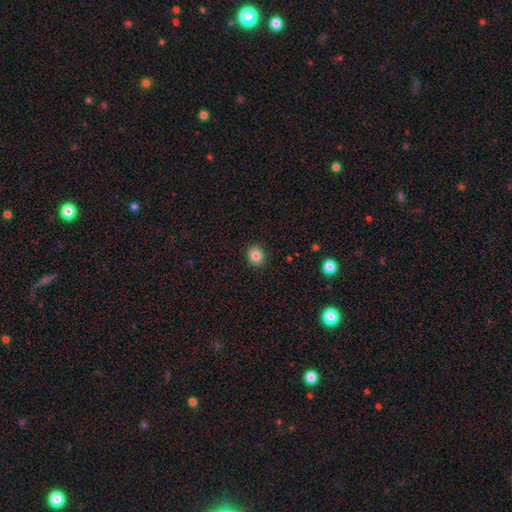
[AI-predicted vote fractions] smooth 85%, star or artifact 11%, featured or disk 4%. Down the decision tree: how rounded — round (77%); merging — none (91%).